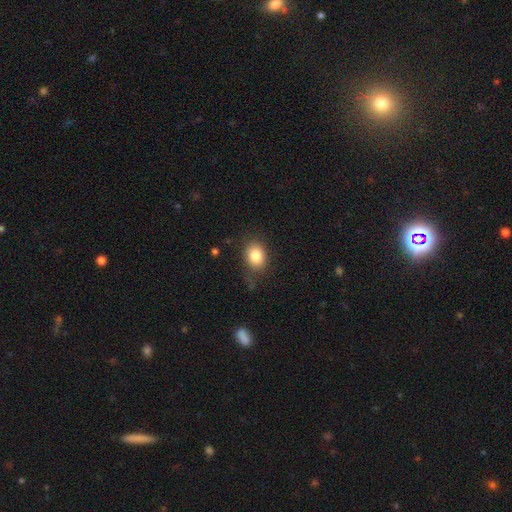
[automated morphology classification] Smooth or featured?
  - smooth: 83% *
  - star or artifact: 9%
  - featured or disk: 8%
How rounded?
  - in between: 56% *
  - round: 42%
  - cigar-shaped: 1%
Merging?
  - none: 73% *
  - minor disturbance: 19%
  - major disturbance: 6%
  - merger: 2%